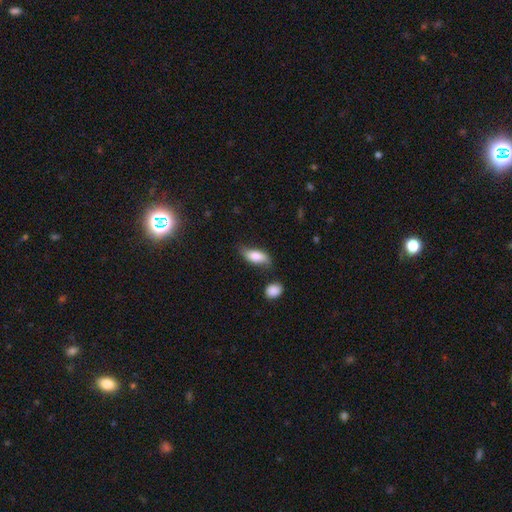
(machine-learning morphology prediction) Smooth or featured? Predicted: smooth (p=0.73). How rounded? Predicted: in between (p=0.80). Merging? Predicted: none (p=0.61).